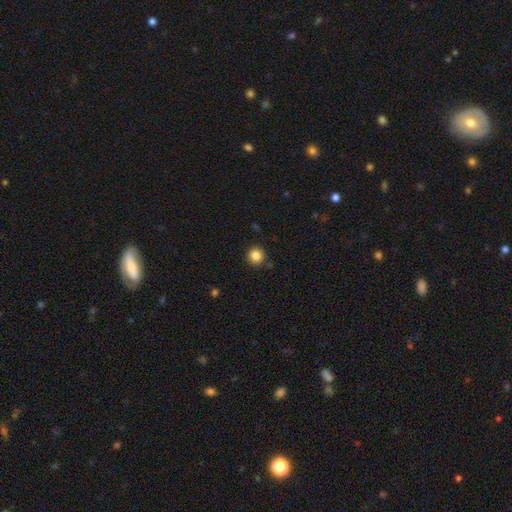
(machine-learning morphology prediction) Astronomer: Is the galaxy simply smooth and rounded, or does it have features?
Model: smooth — 85%.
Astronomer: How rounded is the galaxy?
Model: round — 92%.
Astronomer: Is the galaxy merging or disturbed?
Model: none — 88%.